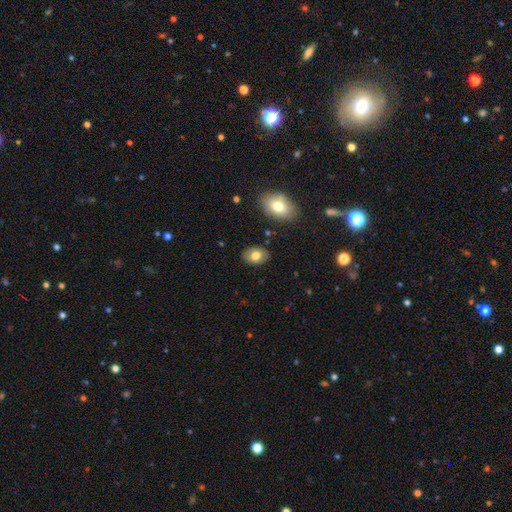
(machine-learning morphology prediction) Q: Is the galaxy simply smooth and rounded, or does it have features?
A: smooth — 73%.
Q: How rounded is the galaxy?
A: in between — 80%.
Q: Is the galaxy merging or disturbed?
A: none — 86%.